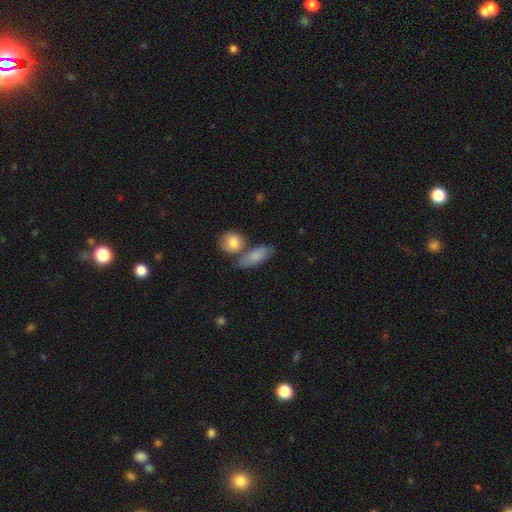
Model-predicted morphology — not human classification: smooth 82%, featured or disk 12%, star or artifact 6%. Down the decision tree: how rounded — in between (73%); merging — none (51%).